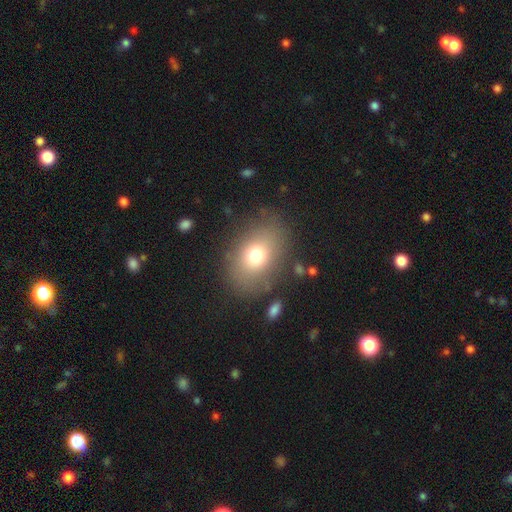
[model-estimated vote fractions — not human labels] Overall: smooth (72%). How rounded: in between (71%). Merging: none (77%).